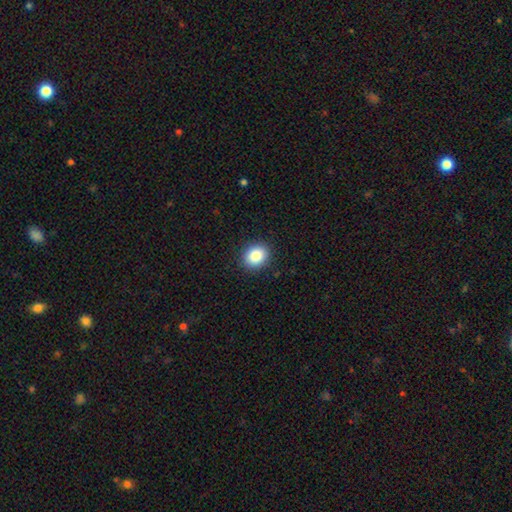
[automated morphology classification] smooth-or-featured: smooth: 86% | star or artifact: 9% | featured or disk: 5%
  how-rounded: round: 59% | in between: 41% | cigar-shaped: 1%
  merging: none: 90% | minor disturbance: 7% | major disturbance: 2% | merger: 1%